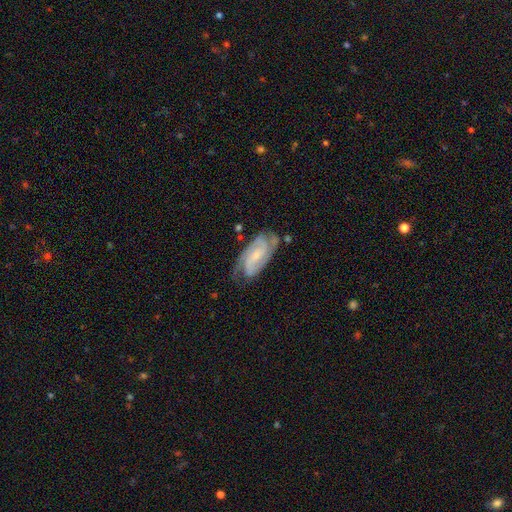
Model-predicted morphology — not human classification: Smooth or featured? Predicted: featured or disk (p=0.86). Edge-on disk? Predicted: no (p=0.96). Bar? Predicted: weak (p=0.44). Spiral arms? Predicted: yes (p=0.97). Spiral winding? Predicted: tight (p=0.55). Spiral arm count? Predicted: 2 (p=0.71). Bulge size? Predicted: small (p=0.63). Merging? Predicted: none (p=0.71).